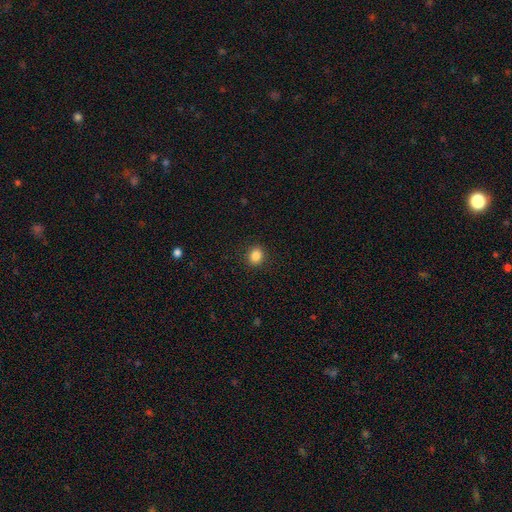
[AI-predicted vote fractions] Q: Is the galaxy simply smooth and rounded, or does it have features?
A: smooth — 85%.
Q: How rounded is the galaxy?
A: round — 70%.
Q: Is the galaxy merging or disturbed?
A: none — 91%.